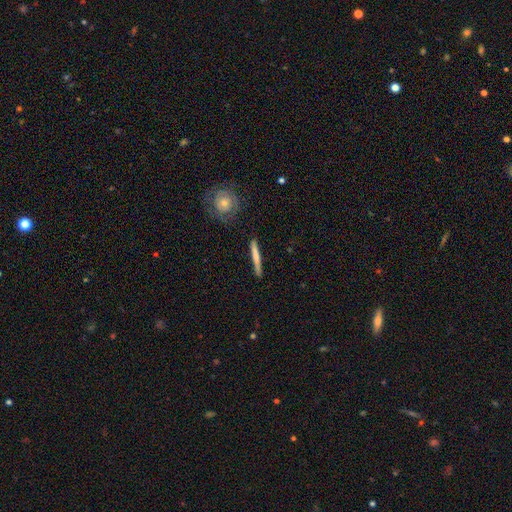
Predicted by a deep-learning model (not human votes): Morphology: type=smooth (54%); roundness=cigar-shaped (95%); merging=none (86%).